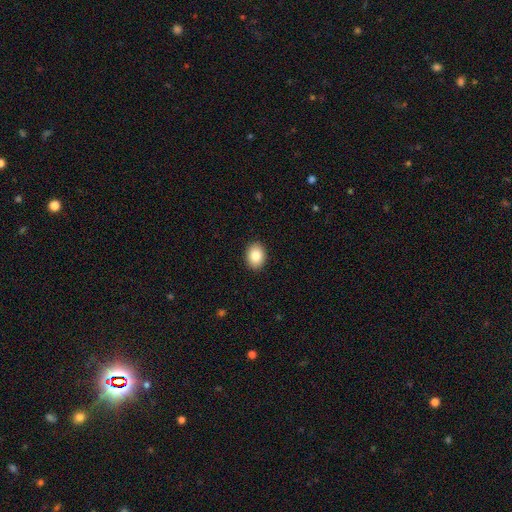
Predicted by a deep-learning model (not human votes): Q: Smooth or featured?
A: smooth (85%); runner-up: star or artifact (8%)
Q: How rounded?
A: in between (65%); runner-up: round (34%)
Q: Merging?
A: none (91%); runner-up: minor disturbance (6%)